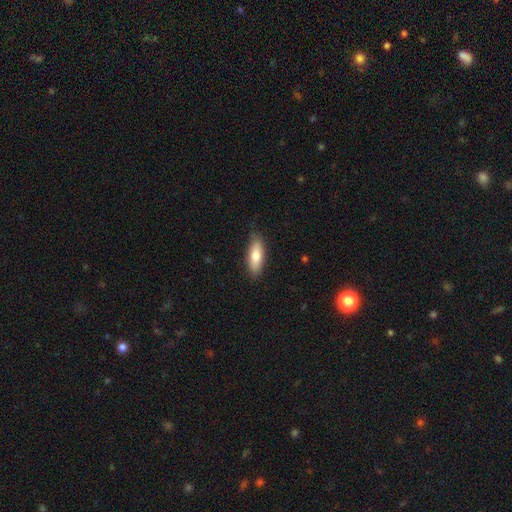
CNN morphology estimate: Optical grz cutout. It shows a smooth galaxy with no disk features (77%) that is in between round and cigar-shaped (66%). Merging: none (84%).